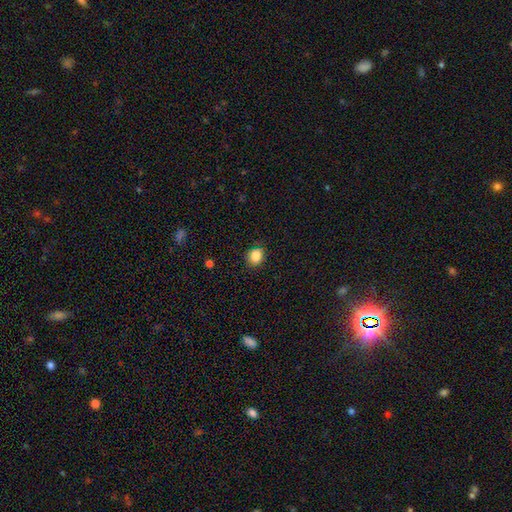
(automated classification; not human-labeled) This appears to be a smooth galaxy with no disk features (85%) that is round (71%). Merging: none (85%).